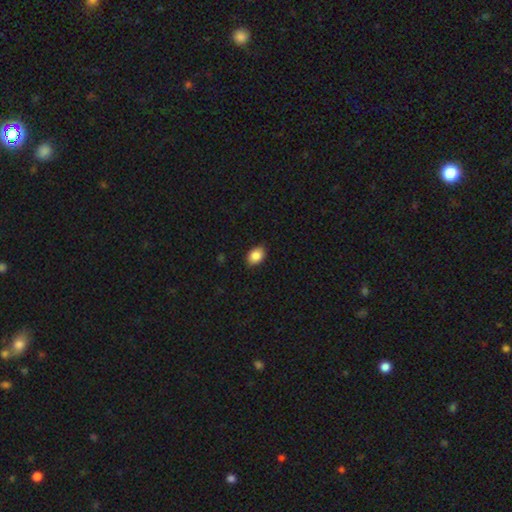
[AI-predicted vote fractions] Smooth or featured? smooth (87%)
How rounded? in between (80%)
Merging? none (87%)